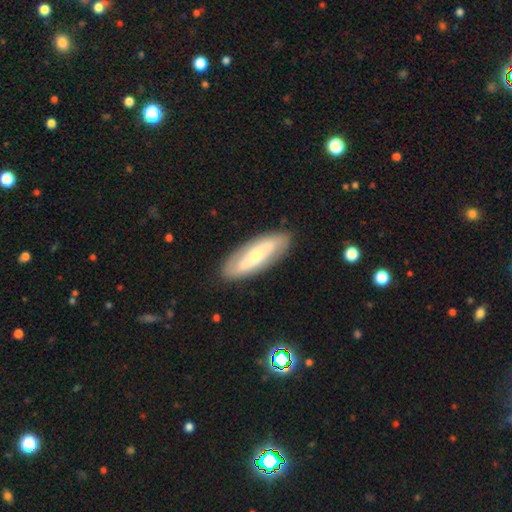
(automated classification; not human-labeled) smooth-or-featured: featured or disk: 59% | smooth: 35% | star or artifact: 6%
  disk-edge-on: no: 79% | yes: 21%
  merging: none: 86% | minor disturbance: 10% | major disturbance: 3% | merger: 1%